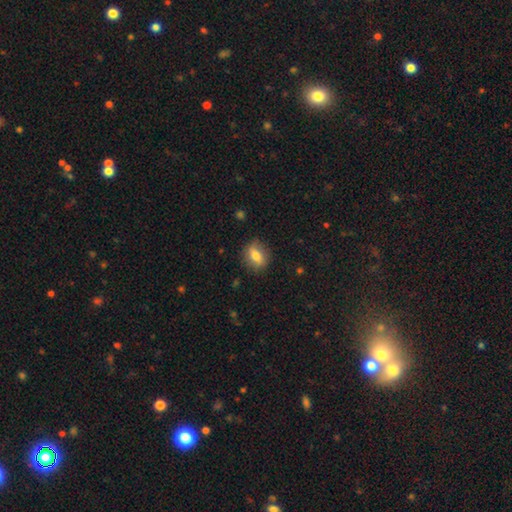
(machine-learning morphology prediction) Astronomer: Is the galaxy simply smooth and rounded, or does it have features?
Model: smooth — 73%.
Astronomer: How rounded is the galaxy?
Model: in between — 55% (runner-up: round, 42%).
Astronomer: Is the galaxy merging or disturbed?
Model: none — 81%.